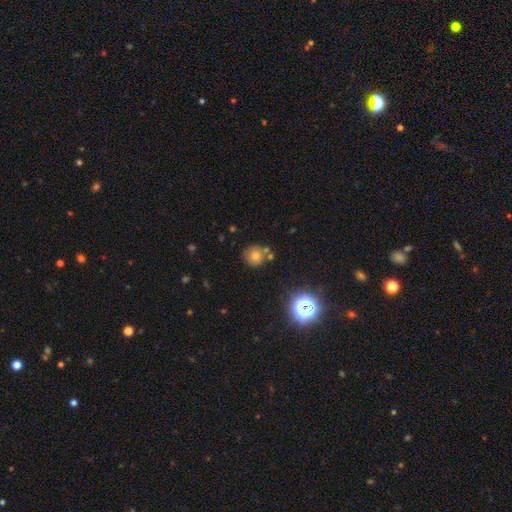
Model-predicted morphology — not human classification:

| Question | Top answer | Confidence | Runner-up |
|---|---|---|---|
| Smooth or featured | smooth | 67% | star or artifact (20%) |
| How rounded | round | 89% | in between (10%) |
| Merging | none | 71% | merger (15%) |